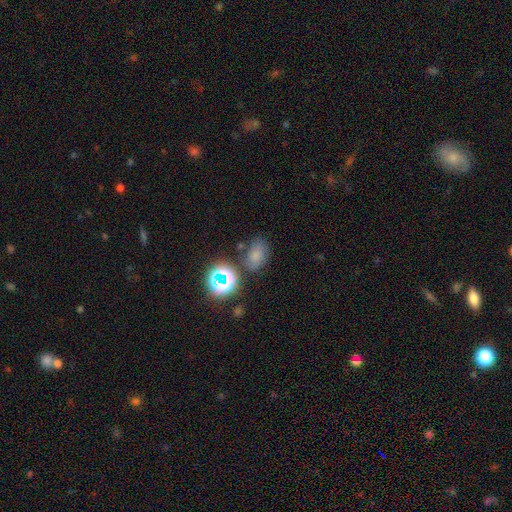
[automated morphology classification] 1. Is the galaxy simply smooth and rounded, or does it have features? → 67% smooth, 23% star or artifact, 10% featured or disk.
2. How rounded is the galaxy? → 78% in between, 21% round, 2% cigar-shaped.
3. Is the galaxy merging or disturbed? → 67% none, 17% minor disturbance, 9% merger, 6% major disturbance.